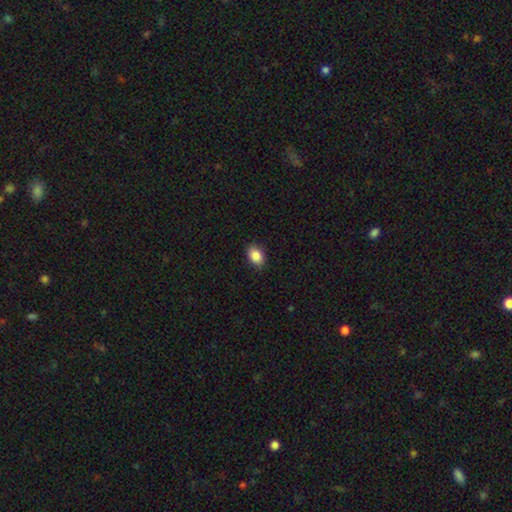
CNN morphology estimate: Overall: smooth (87%). How rounded: in between (78%). Merging: none (88%).